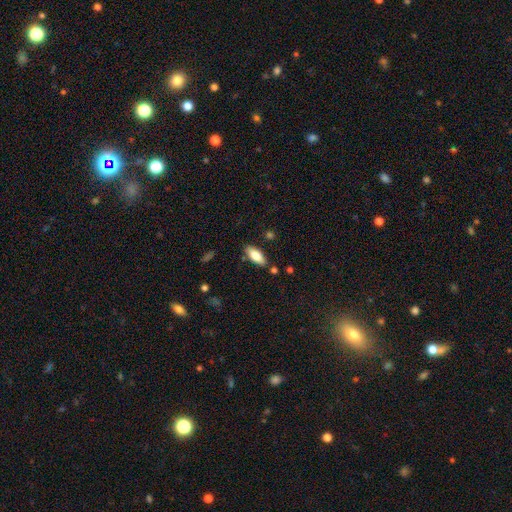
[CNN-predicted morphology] Overall: smooth (79%). How rounded: in between (80%). Merging: none (83%).